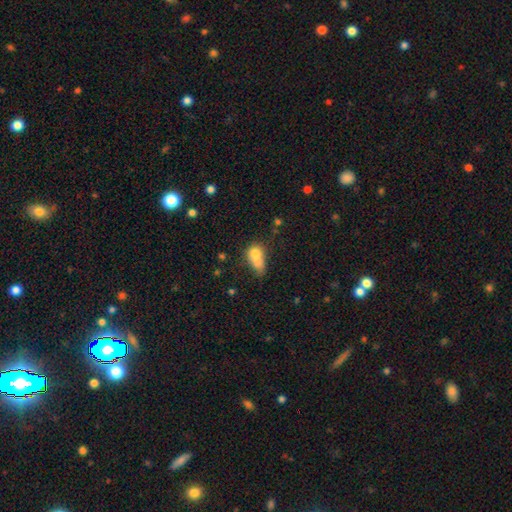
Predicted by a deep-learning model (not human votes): Overall: smooth (72%). How rounded: in between (59%; round 37%). Merging: merger (57%; none 20%).